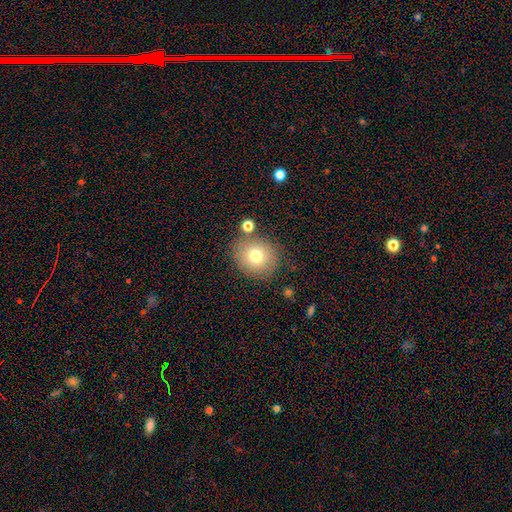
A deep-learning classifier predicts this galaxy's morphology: smooth-or-featured: smooth: 74% | featured or disk: 14% | star or artifact: 11%
  how-rounded: round: 81% | in between: 18% | cigar-shaped: 1%
  merging: none: 77% | minor disturbance: 12% | merger: 8% | major disturbance: 4%